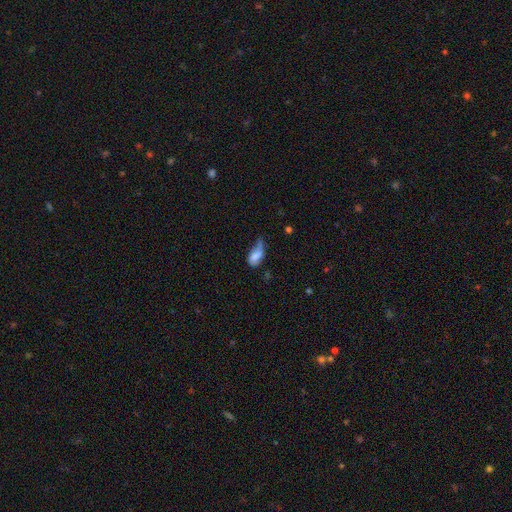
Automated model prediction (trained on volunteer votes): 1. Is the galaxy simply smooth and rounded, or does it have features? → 71% smooth, 20% featured or disk, 9% star or artifact.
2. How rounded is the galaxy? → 88% in between, 6% round, 6% cigar-shaped.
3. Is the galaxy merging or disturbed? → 36% minor disturbance, 34% major disturbance, 22% none, 8% merger.